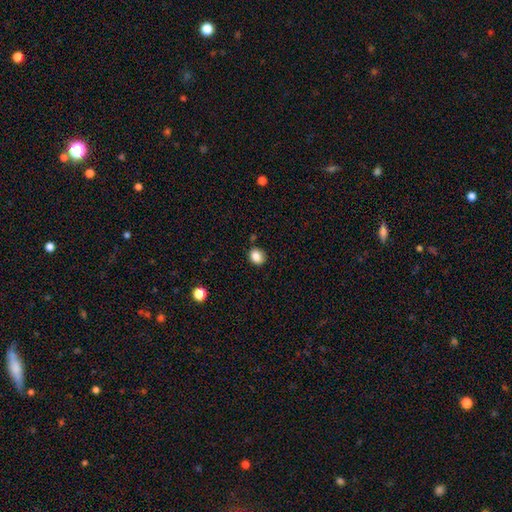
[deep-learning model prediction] A smooth galaxy with no disk features (85%) that is round (63%).

Vote fractions:
- Smooth or featured? smooth: 85% / star or artifact: 10% / featured or disk: 5%
- How rounded? round: 63% / in between: 36% / cigar-shaped: 1%
- Merging? none: 77% / minor disturbance: 16% / merger: 4% / major disturbance: 3%